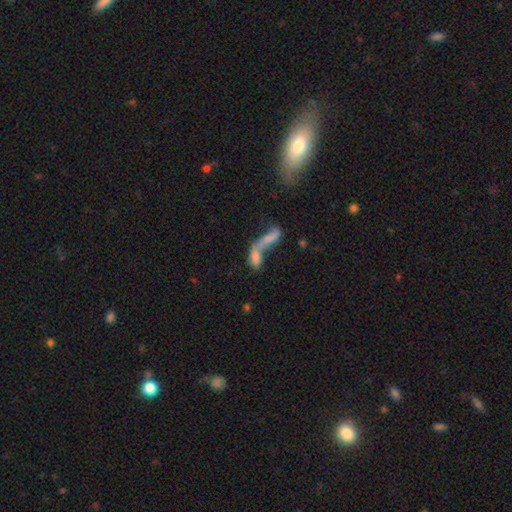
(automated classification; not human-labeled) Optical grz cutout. It shows a smooth galaxy with no disk features (58%) that is in between round and cigar-shaped (57%). Merging: merger (75%).